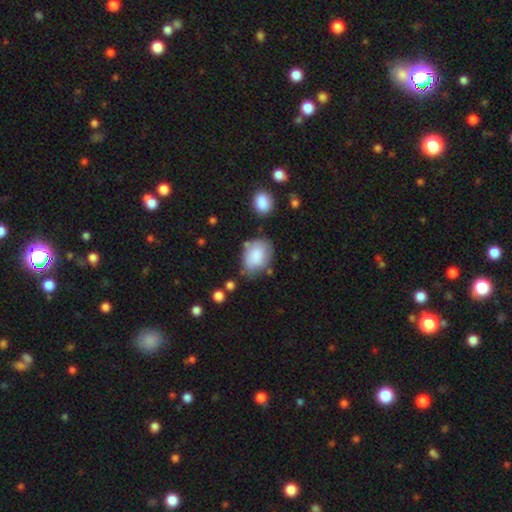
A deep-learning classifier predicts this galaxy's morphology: The model was most divided on "merging": none: 57%, minor disturbance: 26%, major disturbance: 9%, merger: 8%. More confident: smooth or featured — smooth (81%); how rounded — in between (72%).